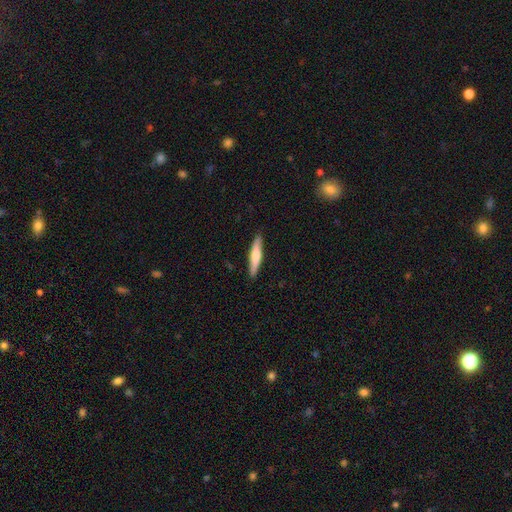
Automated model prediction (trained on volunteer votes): A smooth galaxy with no disk features (61%) that is cigar-shaped (87%). Merging: none (89%).